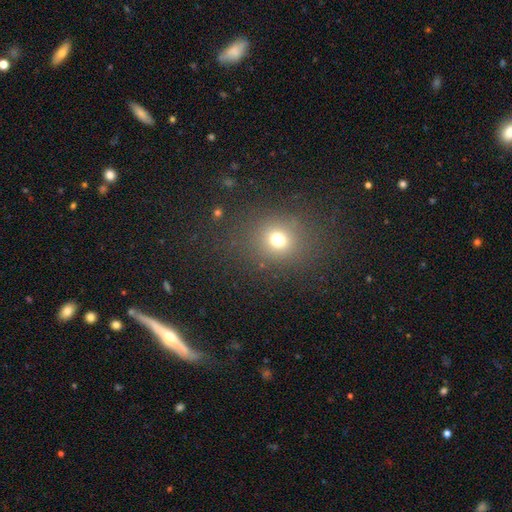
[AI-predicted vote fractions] Overall: smooth (54%; star or artifact 28%). How rounded: round (75%). Merging: none (86%).